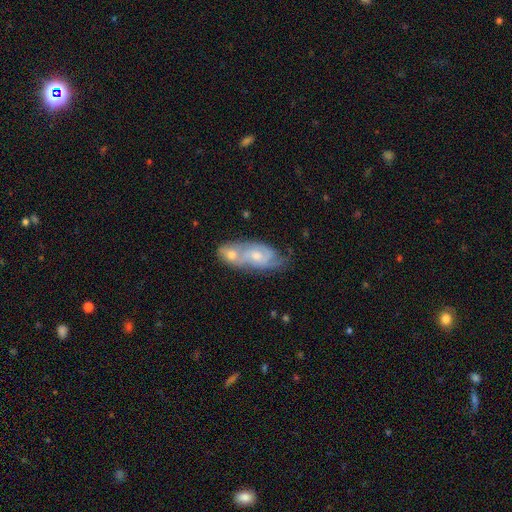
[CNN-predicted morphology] Overall: featured or disk (67%). Edge-on disk: no (93%). Bar: no (67%; weak 29%). Spiral arms: yes (84%). Spiral arm count: 2 (49%; can't tell 32%). Spiral winding: tight (48%; medium 39%). Bulge size: moderate (53%; small 39%). Merging: merger (58%; none 25%).